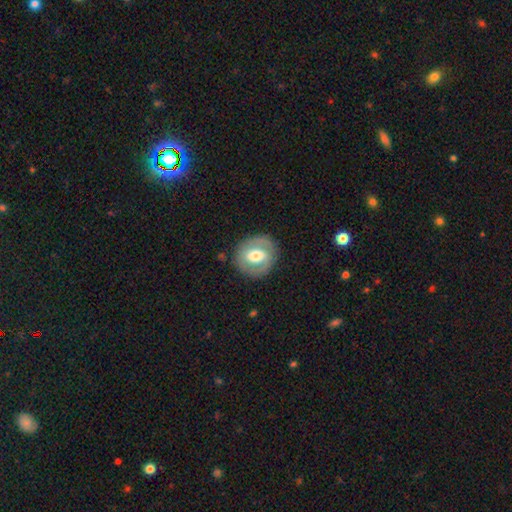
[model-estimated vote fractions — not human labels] Smooth or featured? Predicted: featured or disk (p=0.55). Edge-on disk? Predicted: no (p=0.96). Bar? Predicted: weak (p=0.40). Spiral arms? Predicted: no (p=0.55). Bulge size? Predicted: moderate (p=0.64). Merging? Predicted: none (p=0.83).